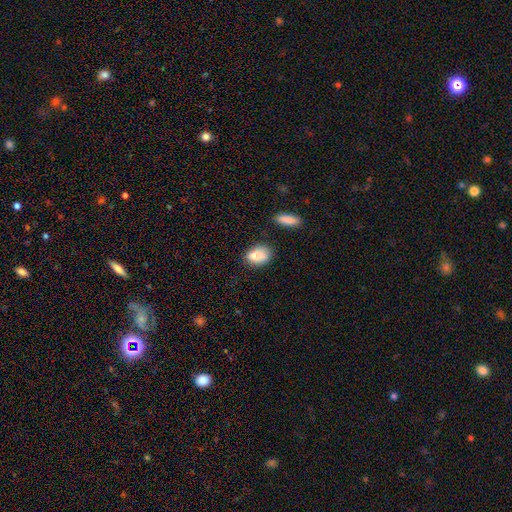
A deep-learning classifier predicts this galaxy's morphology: smooth_or_featured: smooth (p=0.83) [alt: featured or disk p=0.09]
how_rounded: in between (p=0.79) [alt: round p=0.19]
merging: none (p=0.66) [alt: minor disturbance p=0.24]